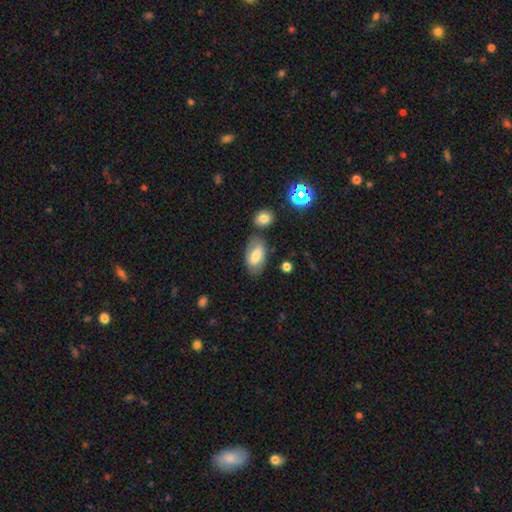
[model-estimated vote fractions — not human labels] A smooth galaxy with no disk features (72%) that is in between round and cigar-shaped (93%). Merging: none (70%).